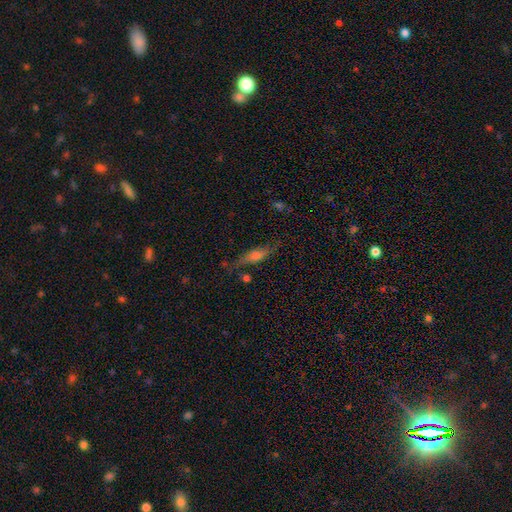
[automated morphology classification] The model was most divided on "smooth or featured": featured or disk: 47%, smooth: 39%, star or artifact: 13%. More confident: merging — none (68%).